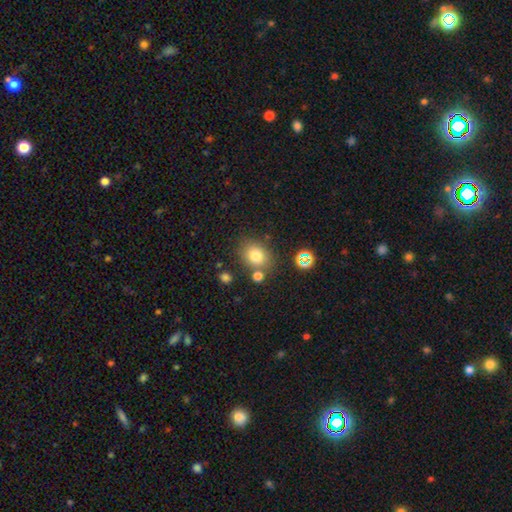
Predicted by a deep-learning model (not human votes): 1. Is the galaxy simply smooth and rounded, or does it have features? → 77% smooth, 14% star or artifact, 9% featured or disk.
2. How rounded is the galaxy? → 55% round, 44% in between, 1% cigar-shaped.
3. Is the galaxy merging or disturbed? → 72% none, 12% minor disturbance, 11% merger, 4% major disturbance.